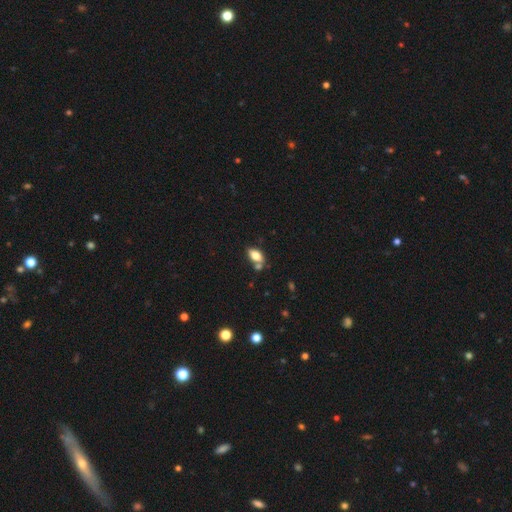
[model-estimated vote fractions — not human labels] This is likely a smooth galaxy (78%). How rounded: clearly in between (90%). Merging: possibly none (56%).